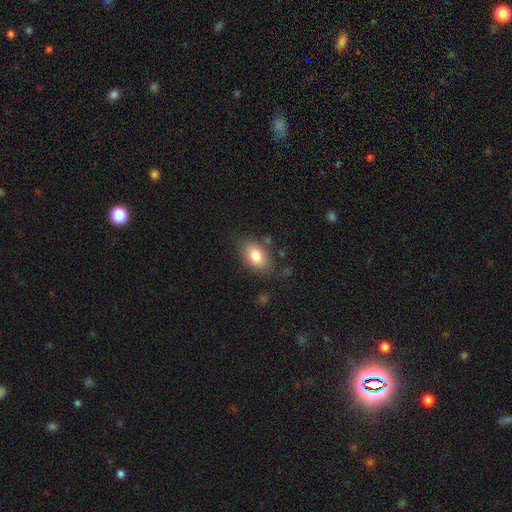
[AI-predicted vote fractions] Q: Smooth or featured?
A: smooth (81%); runner-up: featured or disk (11%)
Q: How rounded?
A: in between (84%); runner-up: round (15%)
Q: Merging?
A: none (77%); runner-up: minor disturbance (16%)